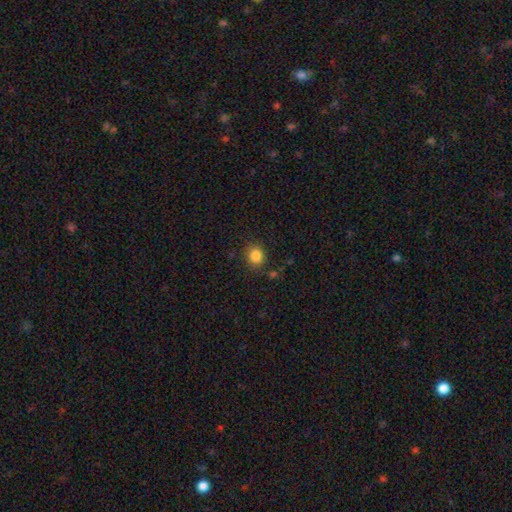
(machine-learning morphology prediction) type=smooth (85%); roundness=round (75%); merging=none (84%).